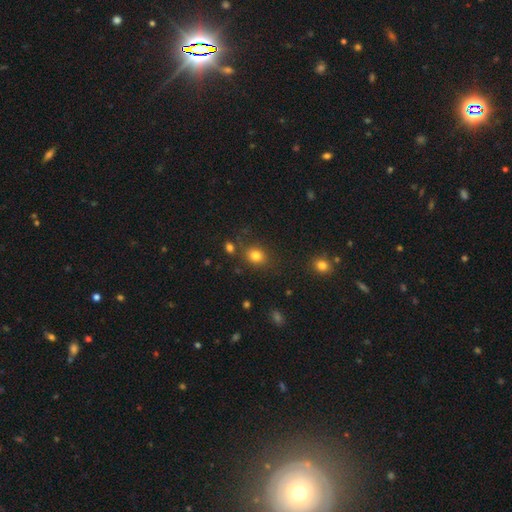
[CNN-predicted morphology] Smooth or featured?
  - smooth: 80% *
  - star or artifact: 13%
  - featured or disk: 7%
How rounded?
  - round: 59% *
  - in between: 40%
  - cigar-shaped: 1%
Merging?
  - none: 78% *
  - minor disturbance: 12%
  - merger: 6%
  - major disturbance: 4%